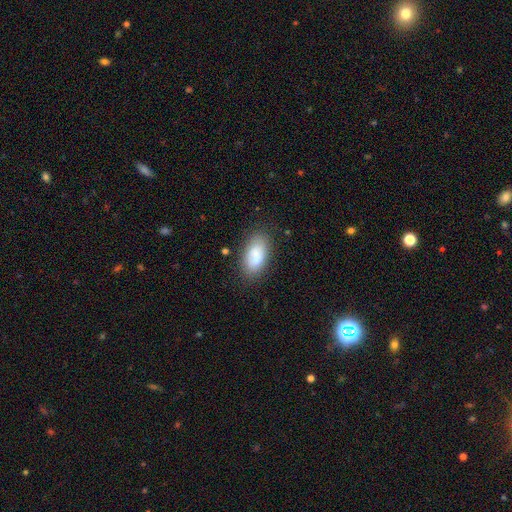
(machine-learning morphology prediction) A smooth galaxy with no disk features (80%) that is in between round and cigar-shaped (91%).

Vote fractions:
- Smooth or featured? smooth: 80% / featured or disk: 12% / star or artifact: 7%
- How rounded? in between: 91% / cigar-shaped: 5% / round: 3%
- Merging? none: 76% / minor disturbance: 16% / major disturbance: 5% / merger: 3%